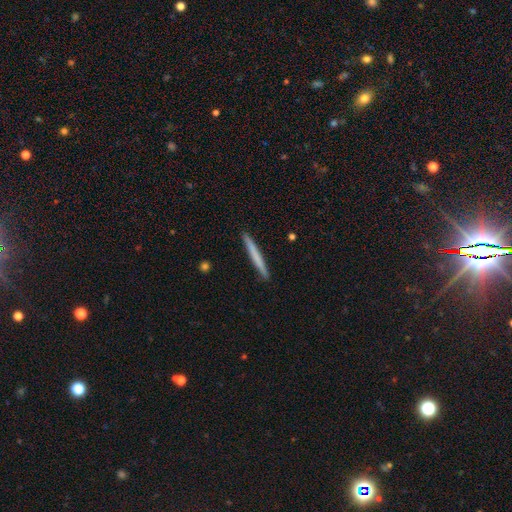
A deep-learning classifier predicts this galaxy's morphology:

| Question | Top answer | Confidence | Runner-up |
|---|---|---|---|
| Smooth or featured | smooth | 65% | featured or disk (30%) |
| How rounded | cigar-shaped | 97% | in between (2%) |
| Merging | none | 93% | minor disturbance (5%) |